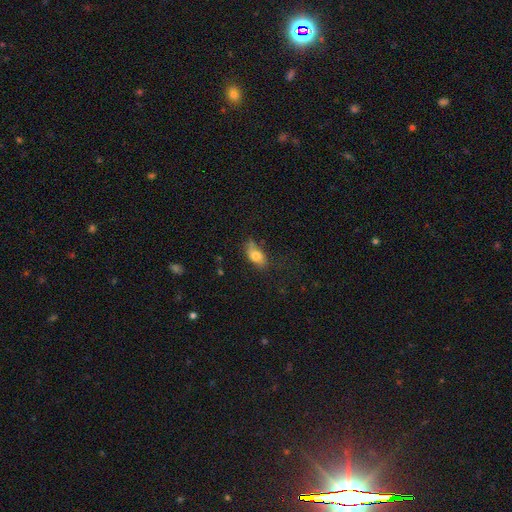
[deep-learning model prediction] A smooth galaxy with no disk features (79%) that is in between round and cigar-shaped (88%).

Vote fractions:
- Smooth or featured? smooth: 79% / featured or disk: 13% / star or artifact: 8%
- How rounded? in between: 88% / round: 6% / cigar-shaped: 6%
- Merging? none: 59% / minor disturbance: 29% / major disturbance: 9% / merger: 4%